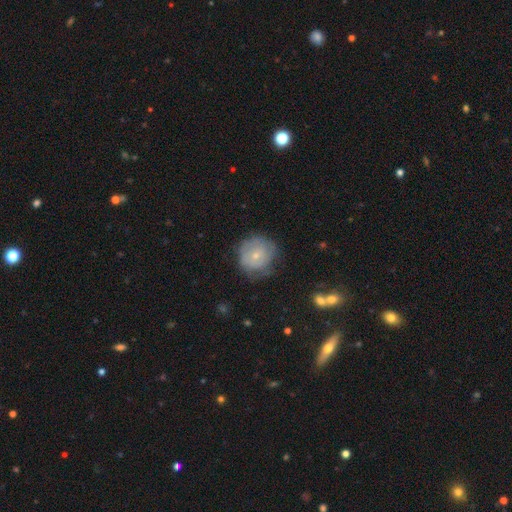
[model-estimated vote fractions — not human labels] The model was most divided on "smooth or featured": smooth: 58%, featured or disk: 35%, star or artifact: 8%. More confident: how rounded — round (88%); merging — none (61%).